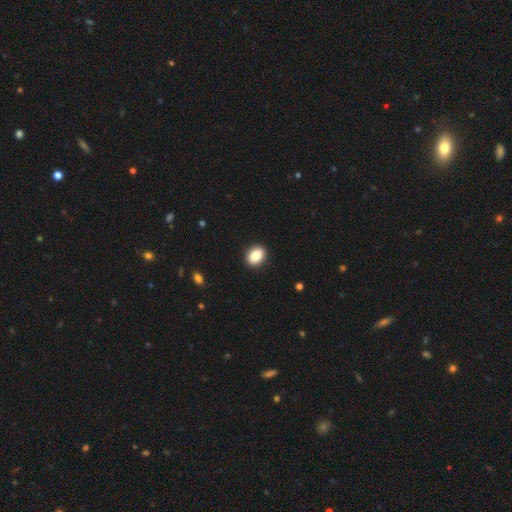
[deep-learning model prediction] smooth-or-featured: smooth: 86% | star or artifact: 8% | featured or disk: 6%
  how-rounded: in between: 63% | round: 36% | cigar-shaped: 1%
  merging: none: 92% | minor disturbance: 6% | major disturbance: 2% | merger: 1%